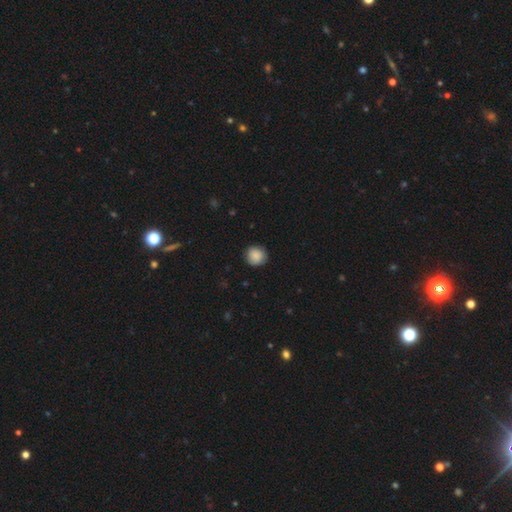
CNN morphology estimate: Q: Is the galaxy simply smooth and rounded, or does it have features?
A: smooth — 88%.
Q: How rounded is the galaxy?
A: round — 93%.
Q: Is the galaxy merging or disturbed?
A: none — 88%.